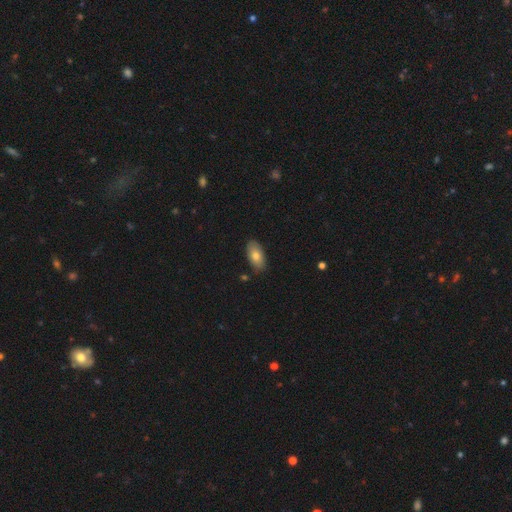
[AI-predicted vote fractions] Overall: smooth (78%). How rounded: in between (93%). Merging: none (85%).